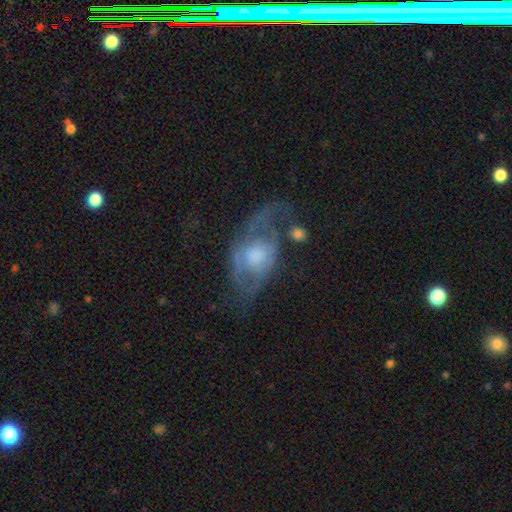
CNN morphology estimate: A featured or disk galaxy (66%) with no bar (79%), spiral arms (61%) and a large central bulge (37%). Merging: major disturbance (36%).